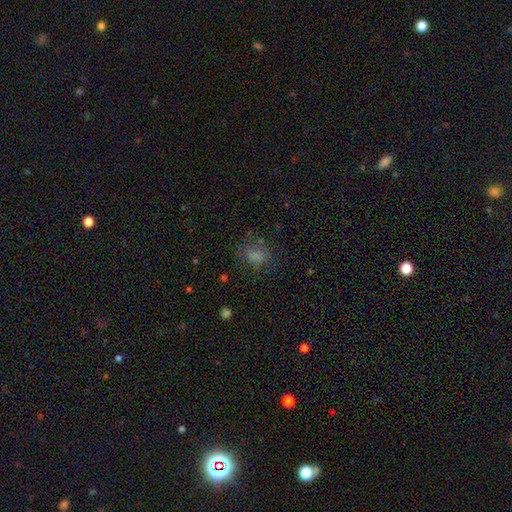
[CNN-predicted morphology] type=smooth (73%); roundness=round (50%); merging=none (66%).